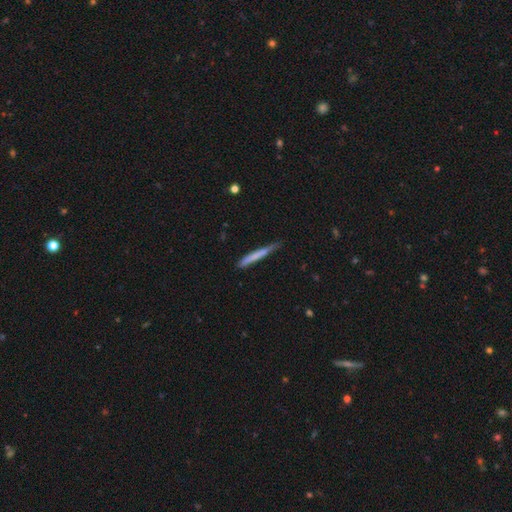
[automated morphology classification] Smooth or featured? Predicted: smooth (p=0.67). How rounded? Predicted: cigar-shaped (p=0.96). Merging? Predicted: none (p=0.75).